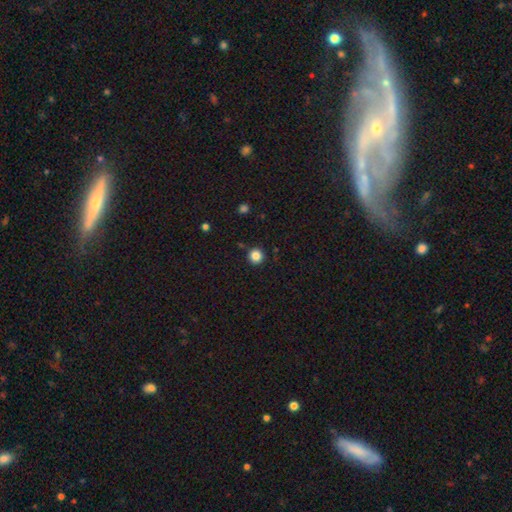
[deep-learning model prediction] A smooth galaxy with no disk features (85%) that is round (96%).

Vote fractions:
- Smooth or featured? smooth: 85% / star or artifact: 11% / featured or disk: 4%
- How rounded? round: 96% / in between: 3% / cigar-shaped: 1%
- Merging? none: 91% / minor disturbance: 5% / merger: 2% / major disturbance: 2%